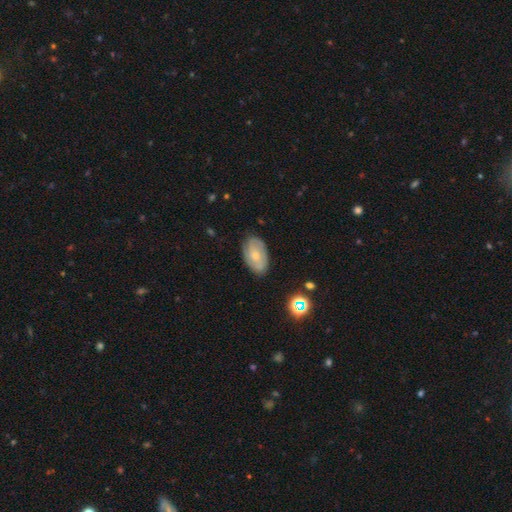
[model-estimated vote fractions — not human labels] Smooth or featured? featured or disk (57%)
Edge-on disk? no (95%)
Bar? no (70%)
Spiral arms? yes (81%)
Bulge size? small (58%)
Merging? none (79%)